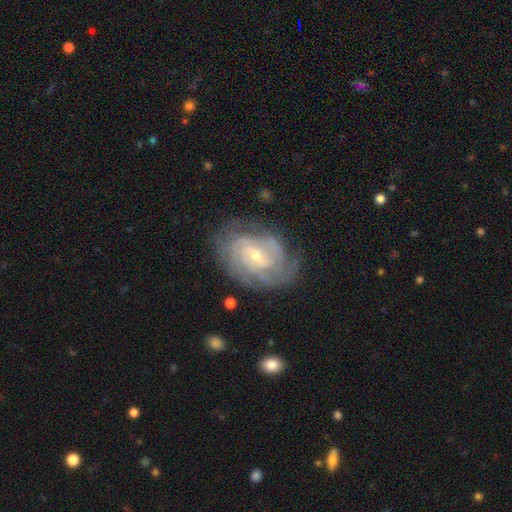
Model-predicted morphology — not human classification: smooth-or-featured: featured or disk: 86% | smooth: 8% | star or artifact: 5%
  disk-edge-on: no: 97% | yes: 3%
    bar: weak: 50% | no: 32% | strong: 17%
    has-spiral-arms: yes: 95% | no: 5%
      spiral-winding: tight: 67% | medium: 27% | loose: 6%
      spiral-arm-count: can't tell: 32% | 2: 22% | 3: 22% | 4: 14% | more than 4: 5% | 1: 5%
    bulge-size: small: 63% | moderate: 33% | large: 1% | none: 1% | dominant: 1%
  merging: none: 72% | minor disturbance: 19% | major disturbance: 8% | merger: 1%